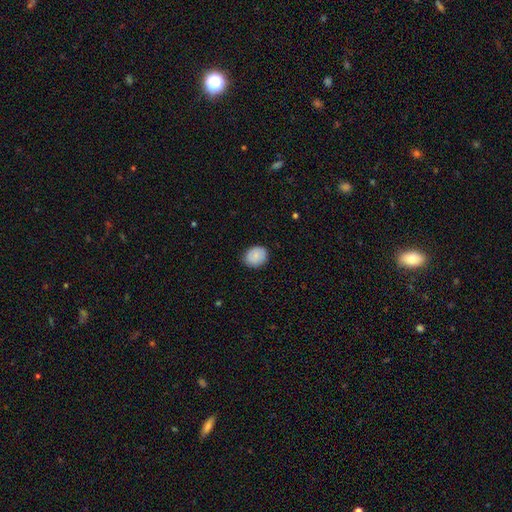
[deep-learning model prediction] Smooth or featured?
  - smooth: 84% *
  - featured or disk: 9%
  - star or artifact: 7%
How rounded?
  - round: 62% *
  - in between: 37%
  - cigar-shaped: 1%
Merging?
  - none: 84% *
  - minor disturbance: 13%
  - major disturbance: 2%
  - merger: 1%